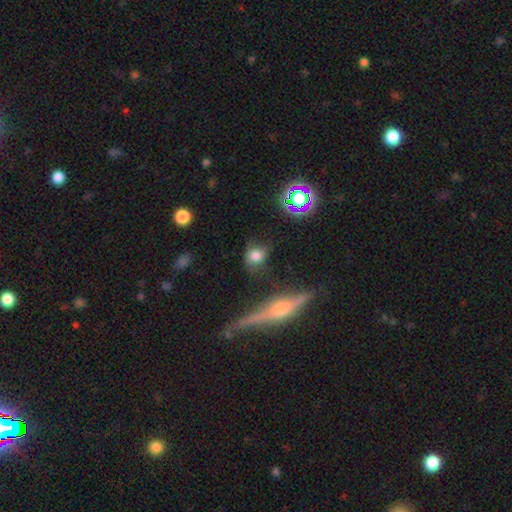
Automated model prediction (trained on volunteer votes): Smooth or featured? smooth (70%)
How rounded? round (65%)
Merging? none (58%)